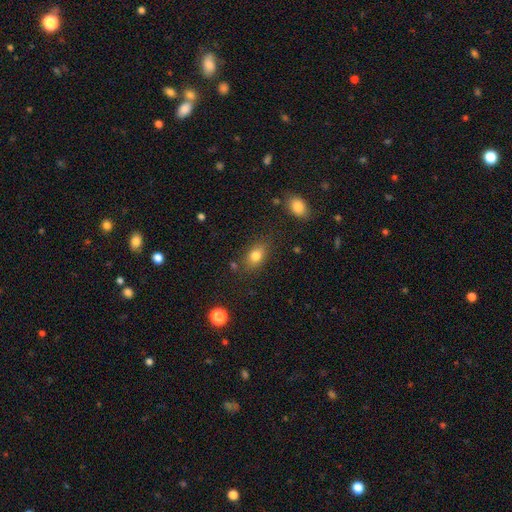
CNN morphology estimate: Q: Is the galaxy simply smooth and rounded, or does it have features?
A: smooth — 80%.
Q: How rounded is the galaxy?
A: in between — 78%.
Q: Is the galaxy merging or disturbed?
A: none — 77%.